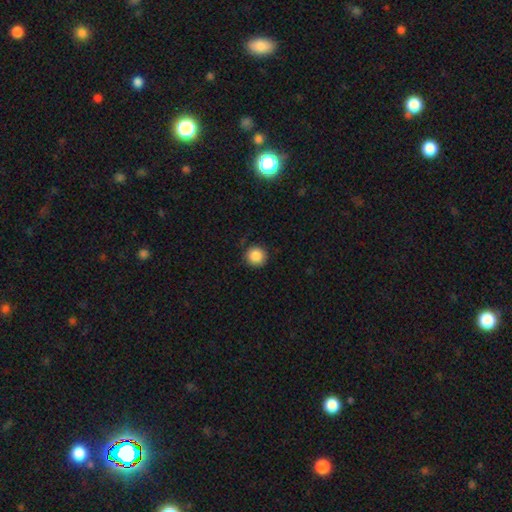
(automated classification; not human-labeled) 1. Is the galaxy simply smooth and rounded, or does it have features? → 87% smooth, 10% star or artifact, 4% featured or disk.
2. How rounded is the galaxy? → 95% round, 4% in between, 1% cigar-shaped.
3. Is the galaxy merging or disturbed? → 88% none, 9% minor disturbance, 2% major disturbance, 1% merger.